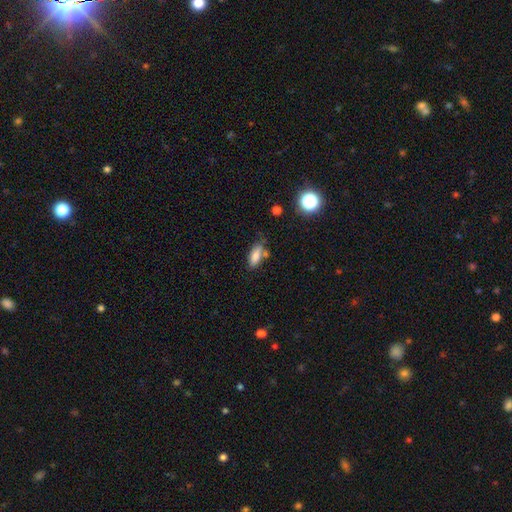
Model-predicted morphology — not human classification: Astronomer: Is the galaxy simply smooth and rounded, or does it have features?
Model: smooth — 81%.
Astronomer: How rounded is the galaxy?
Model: in between — 76%.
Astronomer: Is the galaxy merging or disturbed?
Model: none — 63%.